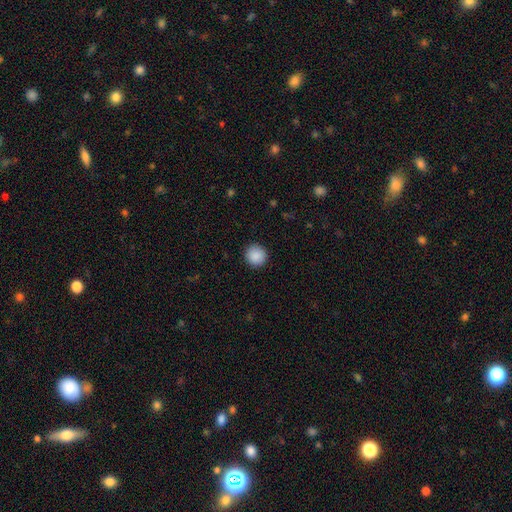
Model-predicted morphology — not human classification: type=smooth (89%); roundness=round (95%); merging=none (92%).